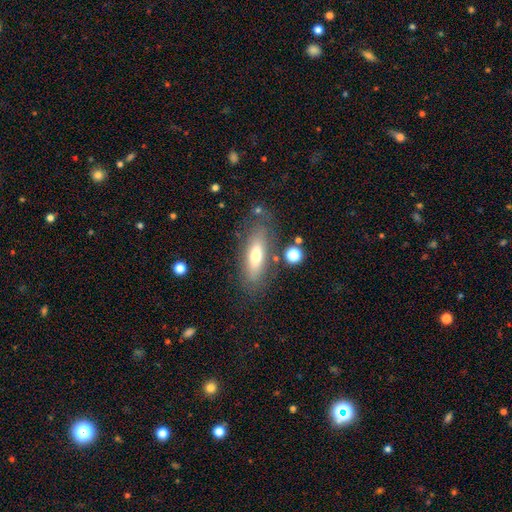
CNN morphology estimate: type=smooth (62%); roundness=in between (58%); merging=none (74%).